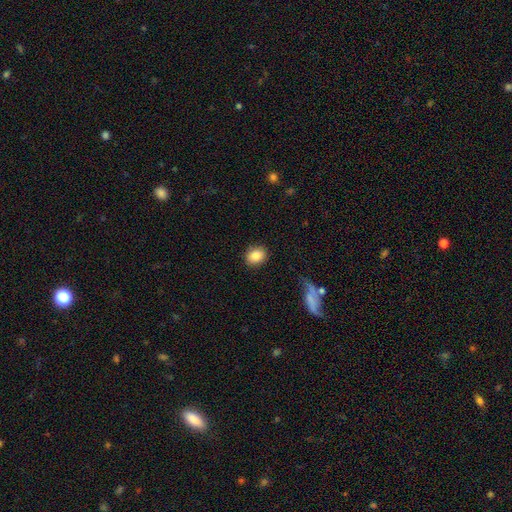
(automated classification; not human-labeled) Smooth or featured? Predicted: smooth (p=0.84). How rounded? Predicted: round (p=0.56). Merging? Predicted: none (p=0.86).